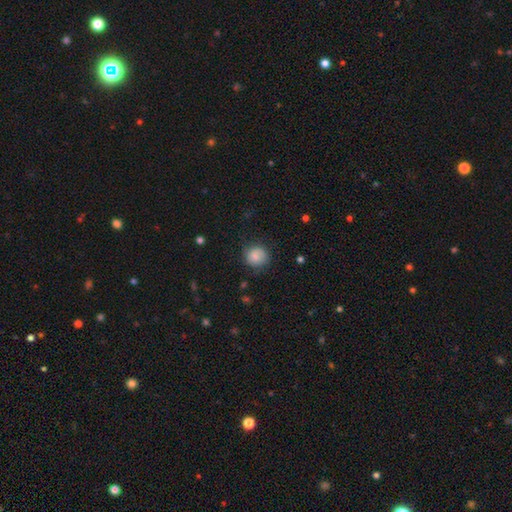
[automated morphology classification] Q: Smooth or featured?
A: smooth (78%); runner-up: featured or disk (14%)
Q: How rounded?
A: round (87%); runner-up: in between (12%)
Q: Merging?
A: none (75%); runner-up: minor disturbance (19%)